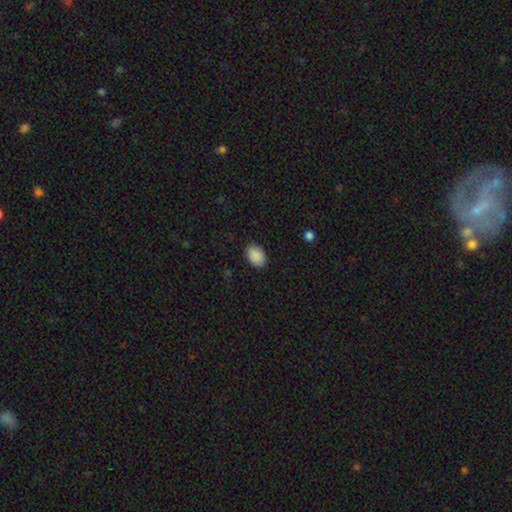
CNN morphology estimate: Smooth or featured? smooth (90%)
How rounded? in between (84%)
Merging? none (88%)